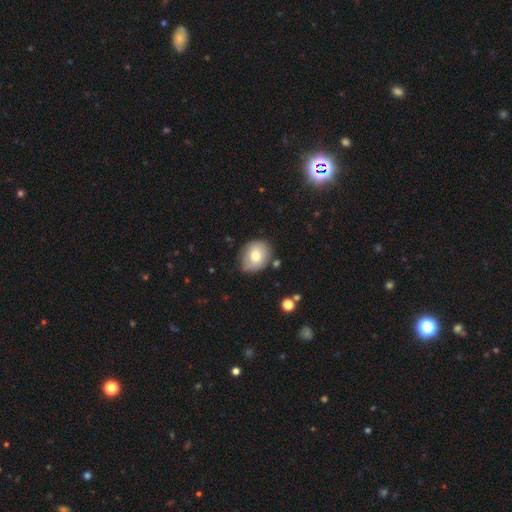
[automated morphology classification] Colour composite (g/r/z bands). It shows a smooth galaxy with no disk features (73%) that is round (57%). Merging: none (74%).